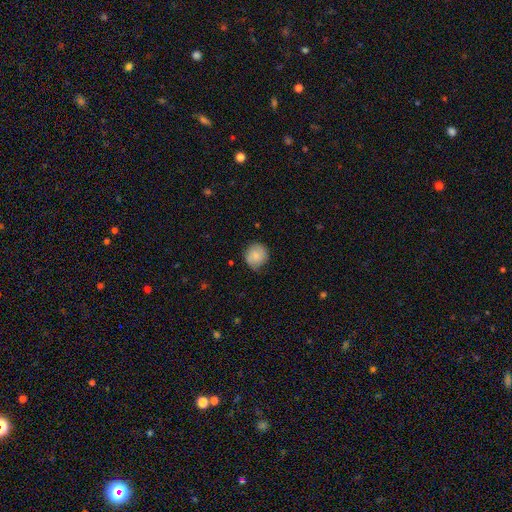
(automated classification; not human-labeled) Smooth or featured? smooth (76%)
How rounded? round (85%)
Merging? none (71%)